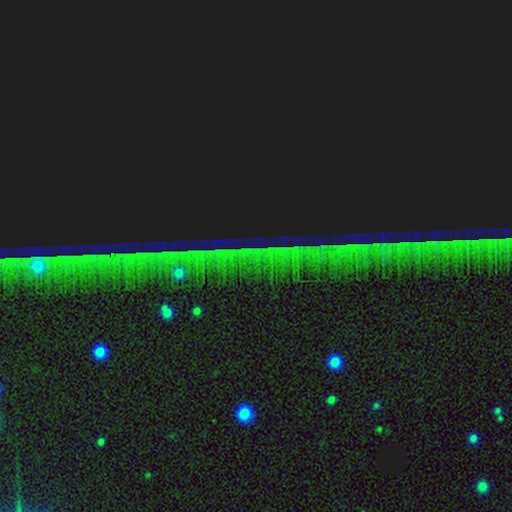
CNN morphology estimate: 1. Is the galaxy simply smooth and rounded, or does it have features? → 86% star or artifact, 8% featured or disk, 6% smooth.